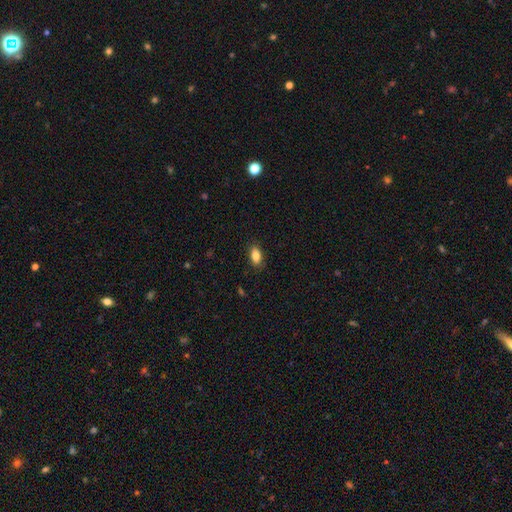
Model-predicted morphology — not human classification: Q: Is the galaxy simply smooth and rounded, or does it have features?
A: smooth — 84%.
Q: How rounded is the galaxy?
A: in between — 89%.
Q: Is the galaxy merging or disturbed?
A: none — 87%.